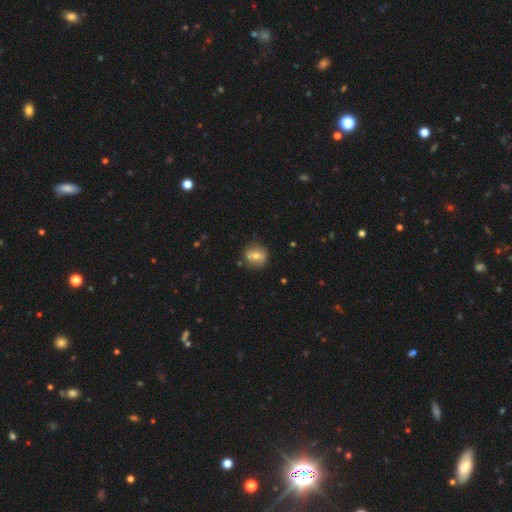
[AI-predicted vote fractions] A smooth galaxy with no disk features (64%) that is round (80%). Merging: none (84%).